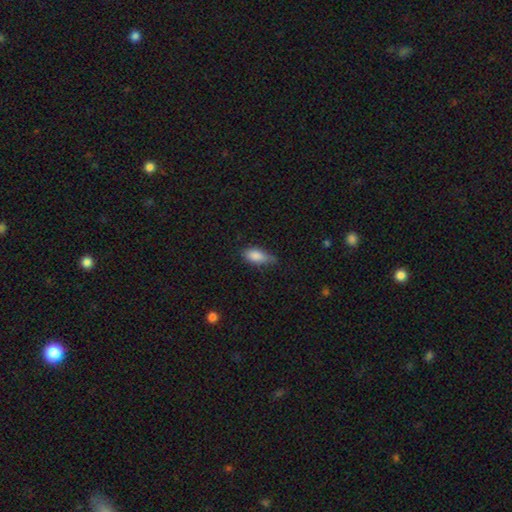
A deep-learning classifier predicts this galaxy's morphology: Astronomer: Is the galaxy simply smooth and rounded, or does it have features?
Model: smooth — 85%.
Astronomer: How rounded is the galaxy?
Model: in between — 87%.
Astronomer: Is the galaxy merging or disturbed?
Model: none — 52% (runner-up: minor disturbance, 38%).